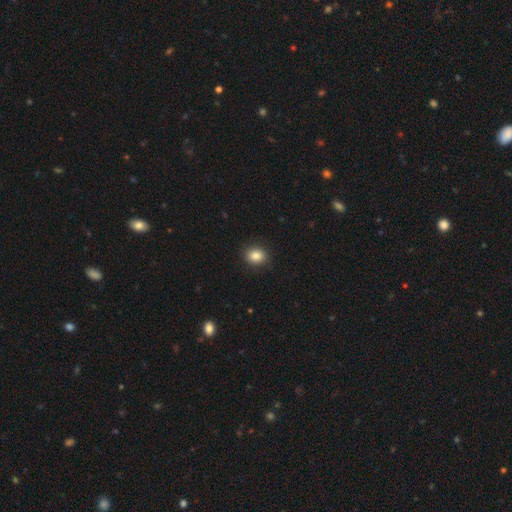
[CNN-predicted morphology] Smooth or featured: smooth — 86% (star or artifact — 9%)
How rounded: round — 61% (in between — 38%)
Merging: none — 90% (minor disturbance — 7%)